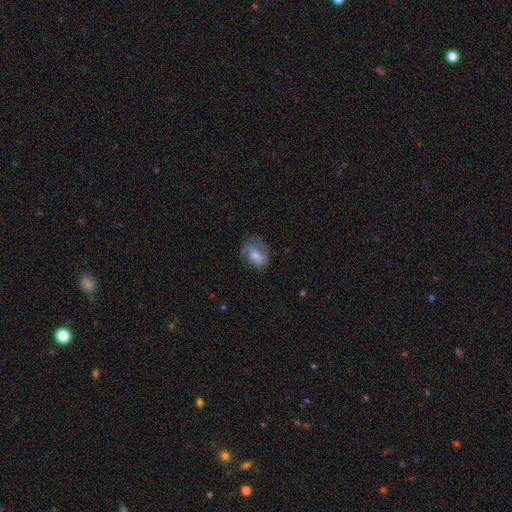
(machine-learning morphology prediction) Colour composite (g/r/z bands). It shows a featured or disk galaxy (50%). Merging: none (55%).